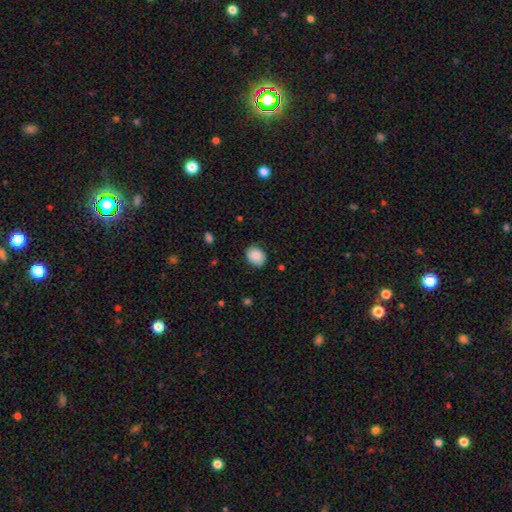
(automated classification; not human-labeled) A smooth galaxy with no disk features (87%) that is round (51%).

Vote fractions:
- Smooth or featured? smooth: 87% / star or artifact: 8% / featured or disk: 6%
- How rounded? round: 51% / in between: 48% / cigar-shaped: 1%
- Merging? none: 83% / minor disturbance: 13% / major disturbance: 3% / merger: 1%